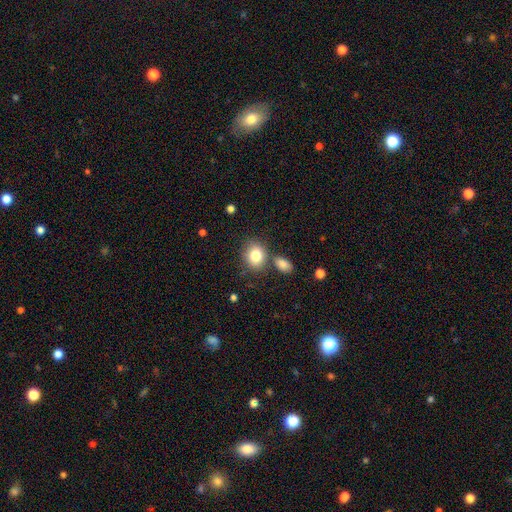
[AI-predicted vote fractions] The model was most divided on "how rounded": round: 59%, in between: 40%, cigar-shaped: 1%. More confident: smooth or featured — smooth (81%); merging — none (70%).